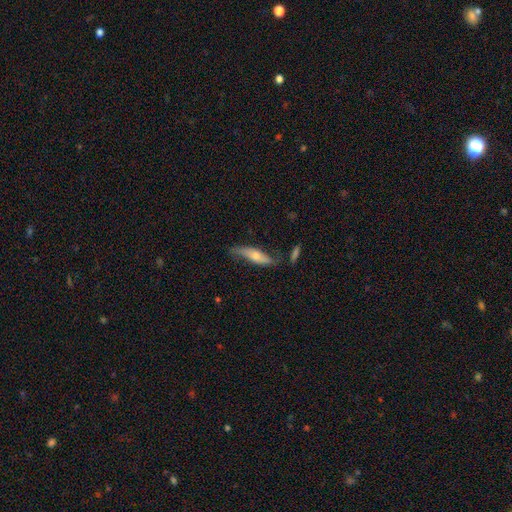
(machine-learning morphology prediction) Smooth or featured: featured or disk — 51% (smooth — 42%)
Edge-on disk: yes — 55% (no — 45%)
Merging: none — 63% (minor disturbance — 25%)